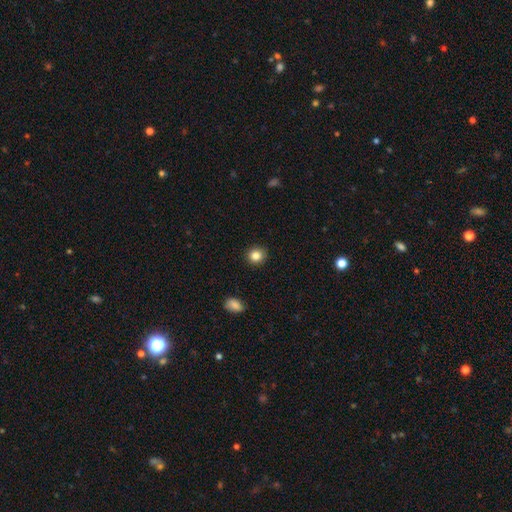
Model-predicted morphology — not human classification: Overall: smooth (84%). How rounded: round (87%). Merging: none (91%).